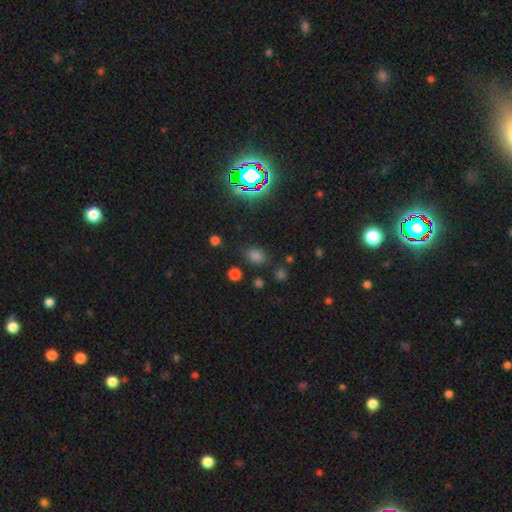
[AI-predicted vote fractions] Smooth or featured? Predicted: smooth (p=0.65). How rounded? Predicted: in between (p=0.60). Merging? Predicted: none (p=0.80).